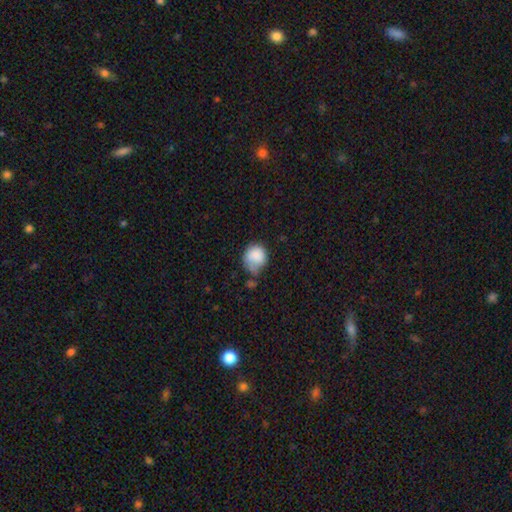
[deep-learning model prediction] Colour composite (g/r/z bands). It shows a smooth galaxy with no disk features (83%) that is round (75%). Merging: none (40%).